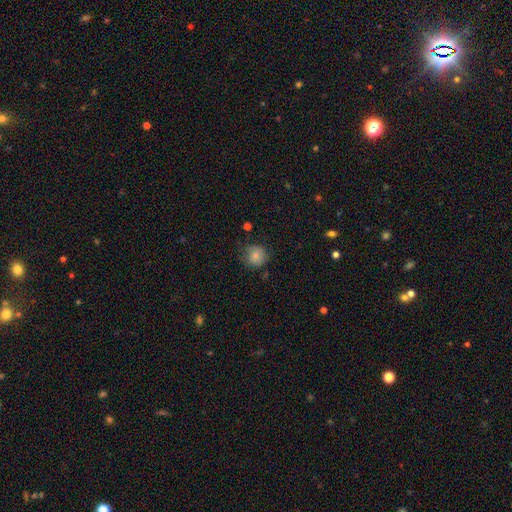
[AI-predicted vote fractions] The model was most divided on "merging": none: 72%, minor disturbance: 21%, major disturbance: 5%, merger: 2%. More confident: how rounded — round (87%); smooth or featured — smooth (83%).